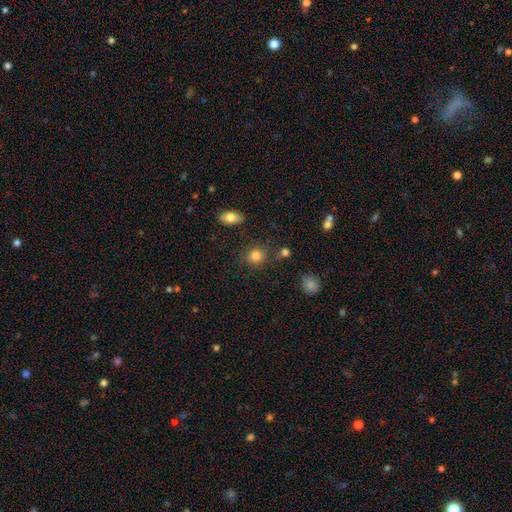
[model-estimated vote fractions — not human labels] The model was most divided on "how rounded": round: 76%, in between: 23%, cigar-shaped: 1%. More confident: smooth or featured — smooth (83%); merging — none (80%).